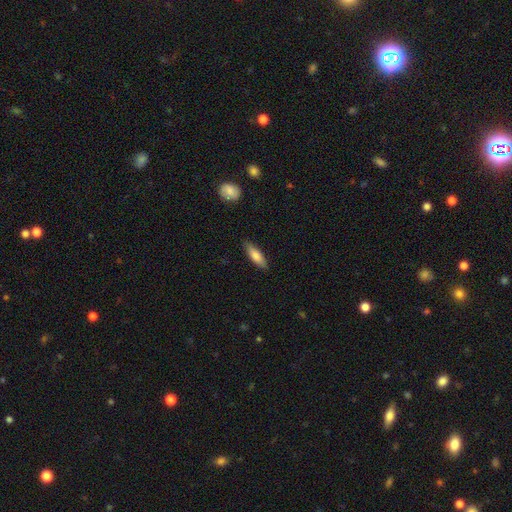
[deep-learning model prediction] Smooth or featured?
  - smooth: 74% *
  - featured or disk: 20%
  - star or artifact: 6%
How rounded?
  - cigar-shaped: 53% *
  - in between: 45%
  - round: 2%
Merging?
  - none: 85% *
  - minor disturbance: 11%
  - major disturbance: 2%
  - merger: 1%